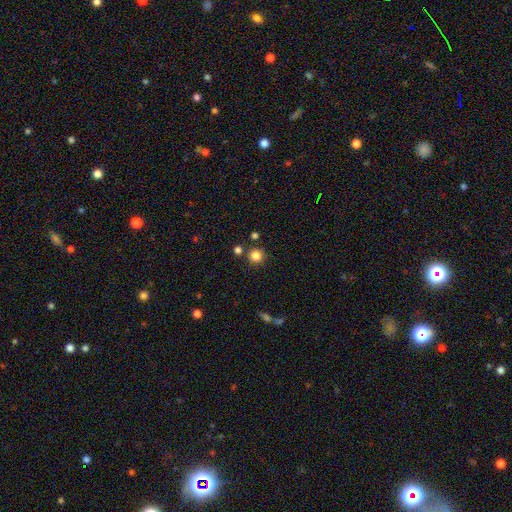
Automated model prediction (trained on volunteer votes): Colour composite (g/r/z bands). It shows a smooth galaxy with no disk features (83%) that is round (94%). Merging: none (83%).